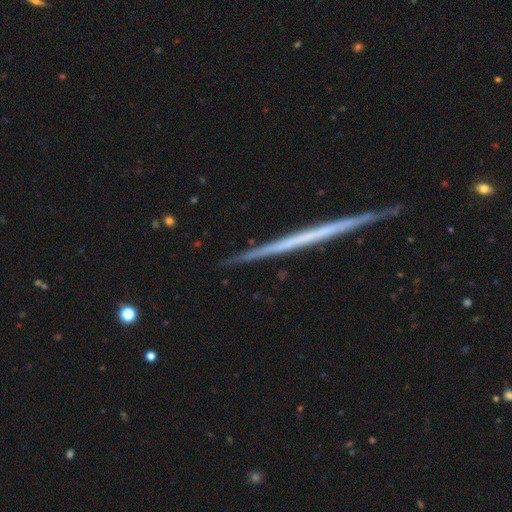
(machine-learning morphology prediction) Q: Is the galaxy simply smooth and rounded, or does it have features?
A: featured or disk — 62%.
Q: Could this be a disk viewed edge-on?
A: yes — 97%.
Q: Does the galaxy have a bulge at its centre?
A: none — 93%.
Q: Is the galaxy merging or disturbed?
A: none — 89%.